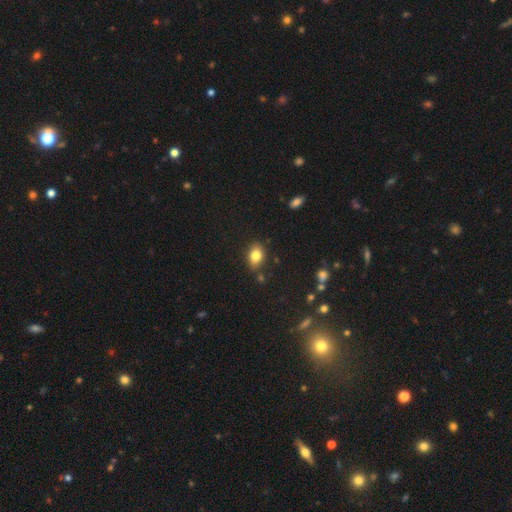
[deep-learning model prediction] Smooth or featured?
  - smooth: 81% *
  - star or artifact: 10%
  - featured or disk: 9%
How rounded?
  - in between: 77% *
  - round: 22%
  - cigar-shaped: 2%
Merging?
  - none: 79% *
  - minor disturbance: 14%
  - merger: 4%
  - major disturbance: 3%